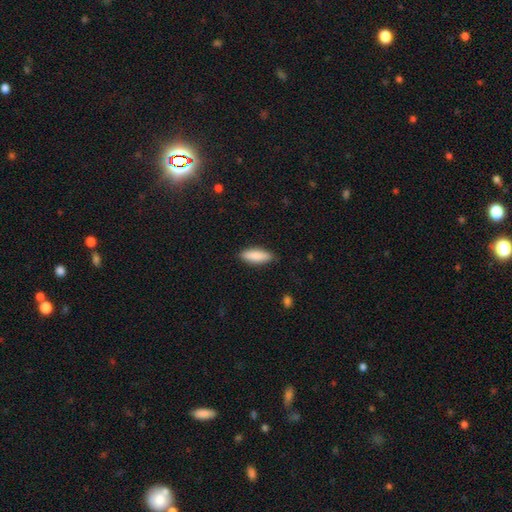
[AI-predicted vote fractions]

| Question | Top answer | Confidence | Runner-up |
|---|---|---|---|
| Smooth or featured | smooth | 87% | featured or disk (7%) |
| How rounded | in between | 59% | cigar-shaped (39%) |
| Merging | none | 86% | minor disturbance (10%) |